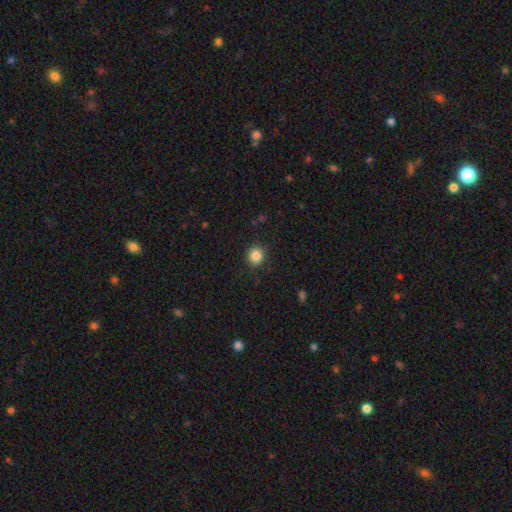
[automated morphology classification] Overall: smooth (85%). How rounded: round (84%). Merging: none (88%).